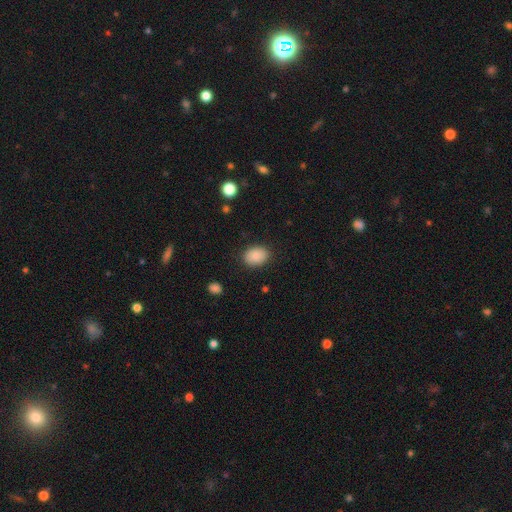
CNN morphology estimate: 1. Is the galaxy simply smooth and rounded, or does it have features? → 87% smooth, 8% star or artifact, 5% featured or disk.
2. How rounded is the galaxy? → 71% in between, 28% round, 1% cigar-shaped.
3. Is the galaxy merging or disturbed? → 86% none, 9% minor disturbance, 3% major disturbance, 1% merger.